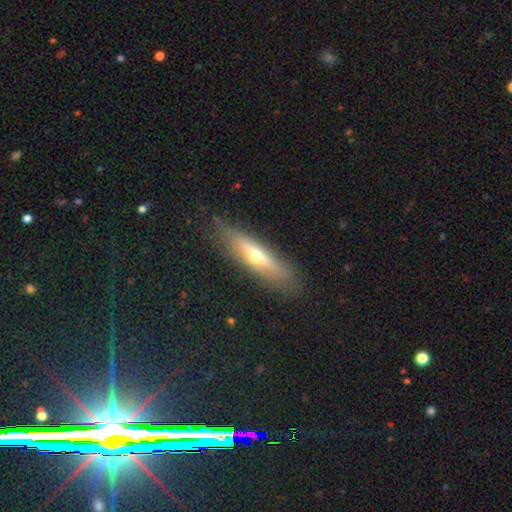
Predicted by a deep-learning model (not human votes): This is possibly a featured or disk galaxy (51%). It is clearly viewed edge-on (81%). Merging: clearly none (84%).